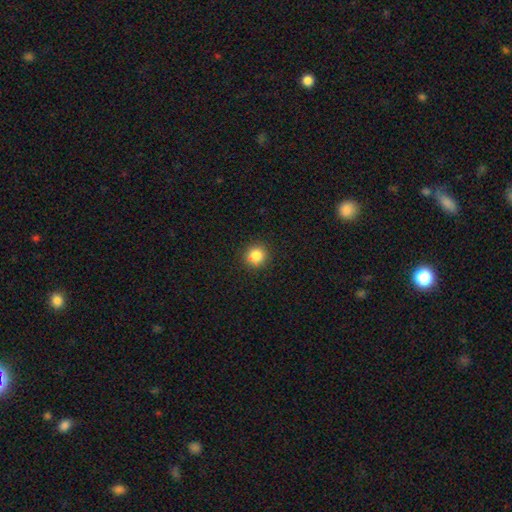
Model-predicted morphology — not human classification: This appears to be a smooth galaxy with no disk features (82%) that is round (88%). Merging: none (79%).